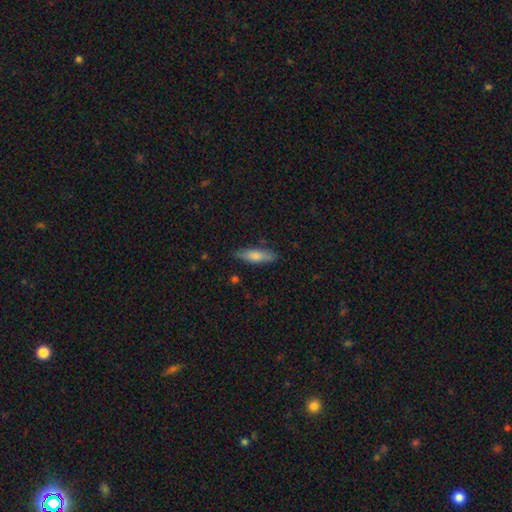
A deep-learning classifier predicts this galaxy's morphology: This appears to be a smooth galaxy with no disk features (74%) that is cigar-shaped (57%). Merging: none (81%).